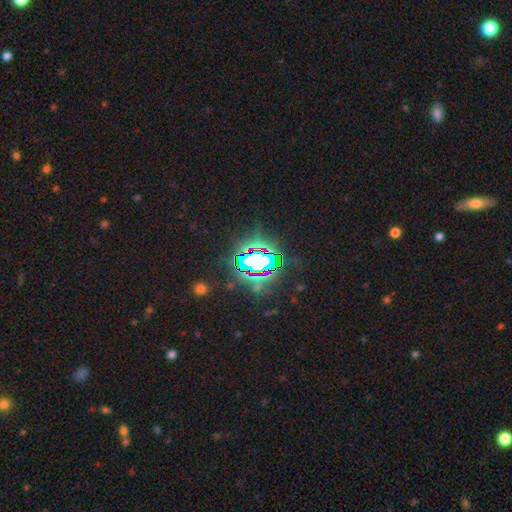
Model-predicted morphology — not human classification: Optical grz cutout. It shows a star or artifact, not a galaxy (75%).